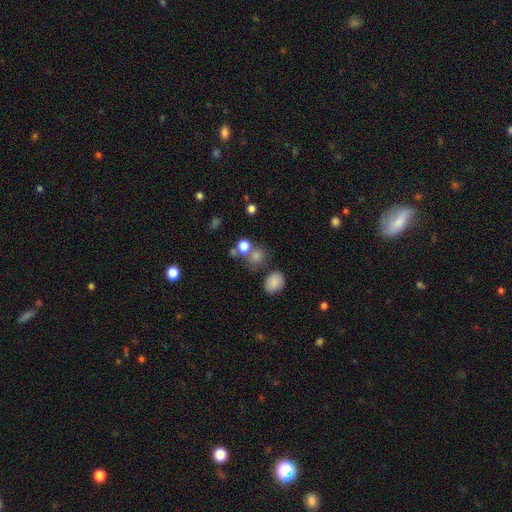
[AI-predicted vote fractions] Smooth or featured? smooth (68%)
How rounded? round (78%)
Merging? none (65%)